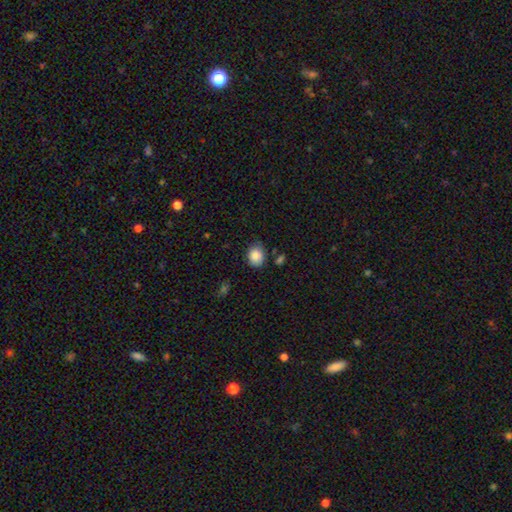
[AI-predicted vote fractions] Smooth or featured? Predicted: smooth (p=0.87). How rounded? Predicted: round (p=0.54). Merging? Predicted: none (p=0.74).